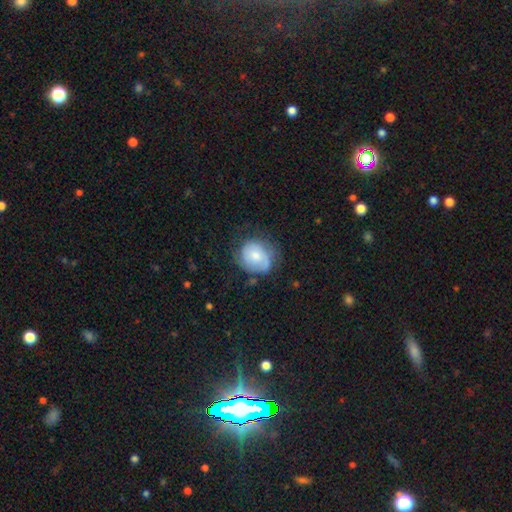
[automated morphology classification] smooth_or_featured: smooth (p=0.53) [alt: featured or disk p=0.40]
how_rounded: round (p=0.73) [alt: in between p=0.26]
merging: none (p=0.59) [alt: minor disturbance p=0.26]